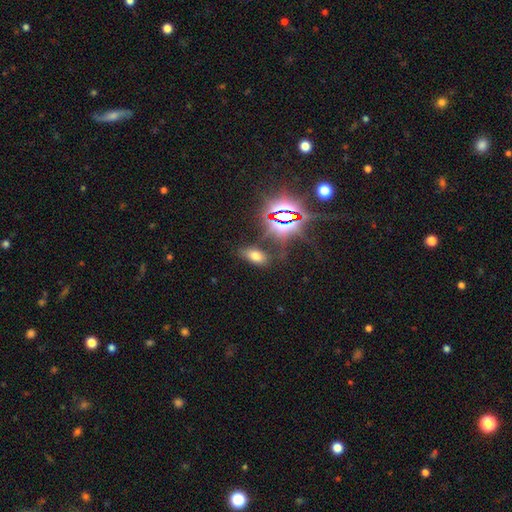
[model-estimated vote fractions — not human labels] Overall: smooth (57%; star or artifact 32%). How rounded: in between (89%). Merging: none (76%).